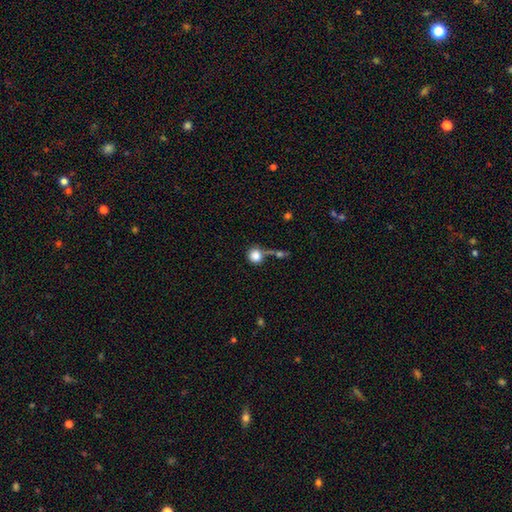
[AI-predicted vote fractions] A smooth galaxy with no disk features (83%) that is round (90%). Merging: none (49%).